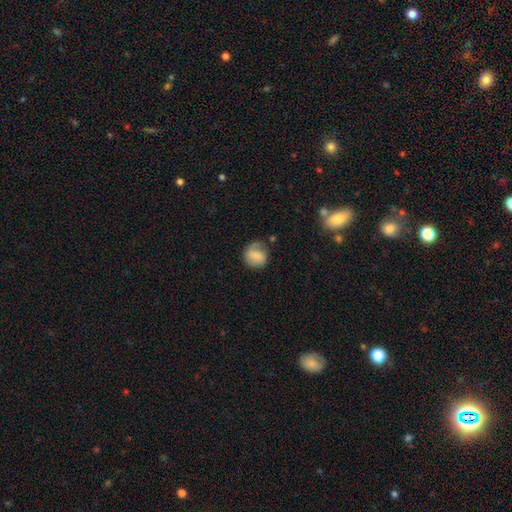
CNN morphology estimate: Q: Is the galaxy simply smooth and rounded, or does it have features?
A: smooth — 65%.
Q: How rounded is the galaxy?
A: round — 81%.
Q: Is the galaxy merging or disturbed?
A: none — 57%.